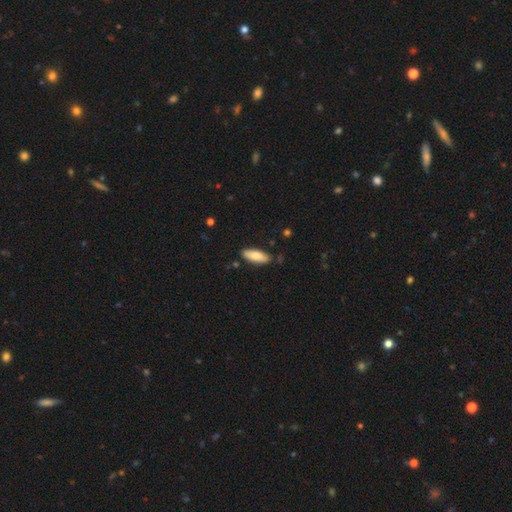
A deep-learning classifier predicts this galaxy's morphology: Smooth or featured? smooth (81%)
How rounded? in between (68%)
Merging? none (83%)